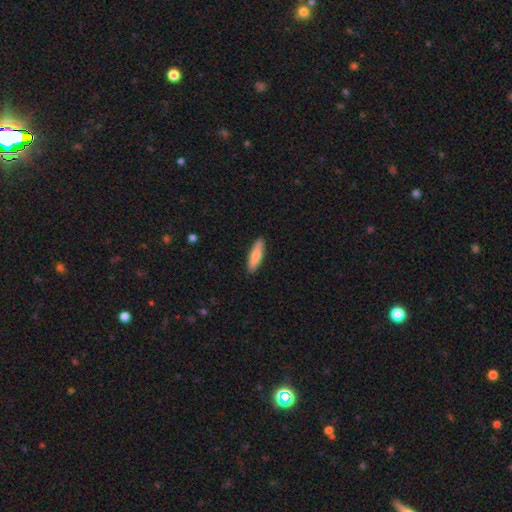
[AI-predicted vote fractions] smooth-or-featured: smooth: 78% | featured or disk: 16% | star or artifact: 5%
  how-rounded: cigar-shaped: 69% | in between: 29% | round: 2%
  merging: none: 90% | minor disturbance: 8% | major disturbance: 2% | merger: 1%